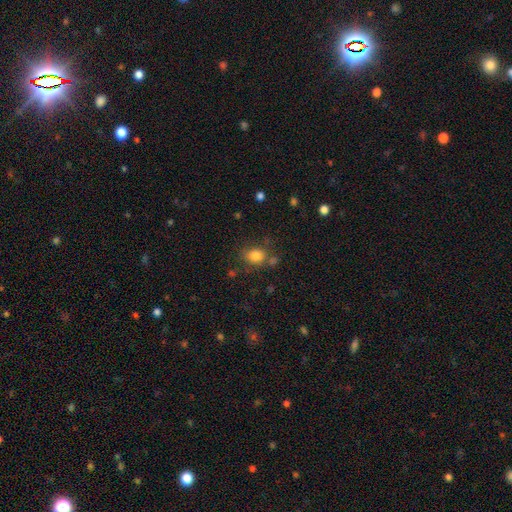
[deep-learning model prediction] Smooth or featured? smooth (82%)
How rounded? round (53%)
Merging? none (70%)